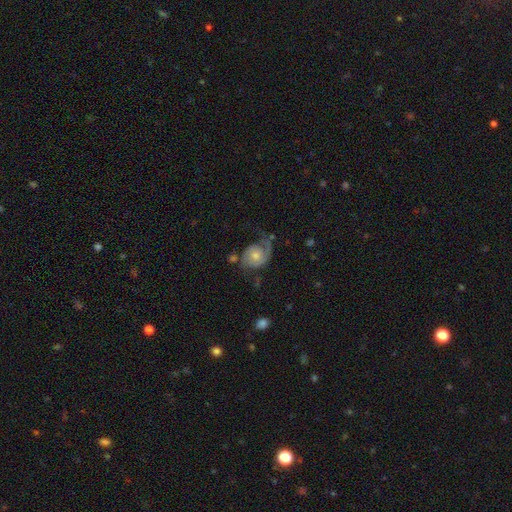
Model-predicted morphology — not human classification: smooth_or_featured: featured or disk (p=0.72) [alt: smooth p=0.22]
disk_edge_on: no (p=0.97) [alt: yes p=0.03]
bar: no (p=0.73) [alt: weak p=0.24]
has_spiral_arms: yes (p=0.92) [alt: no p=0.08]
spiral_winding: medium (p=0.38) [alt: loose p=0.35]
spiral_arm_count: 2 (p=0.48) [alt: 1 p=0.43]
bulge_size: moderate (p=0.52) [alt: small p=0.37]
merging: none (p=0.43) [alt: major disturbance p=0.30]